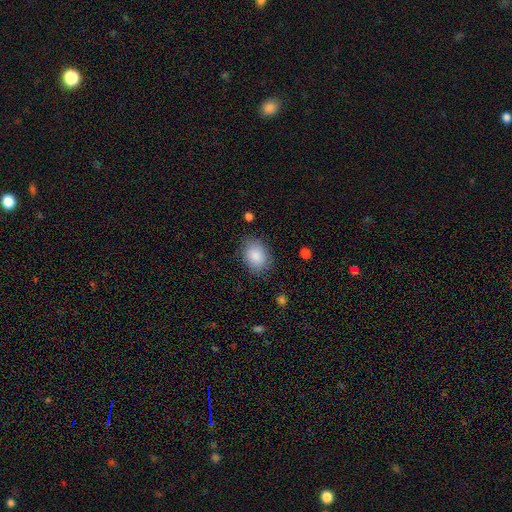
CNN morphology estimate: Q: Smooth or featured?
A: smooth (87%); runner-up: star or artifact (7%)
Q: How rounded?
A: in between (71%); runner-up: round (28%)
Q: Merging?
A: none (79%); runner-up: minor disturbance (15%)